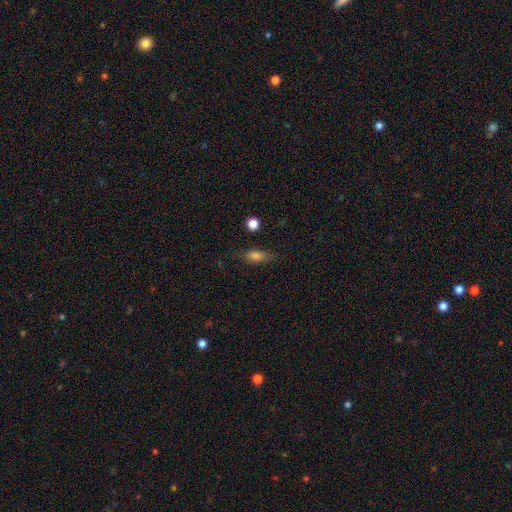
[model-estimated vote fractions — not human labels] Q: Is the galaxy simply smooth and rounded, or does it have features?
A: smooth — 71%.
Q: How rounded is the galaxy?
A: in between — 68%.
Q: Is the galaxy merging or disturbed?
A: none — 73%.